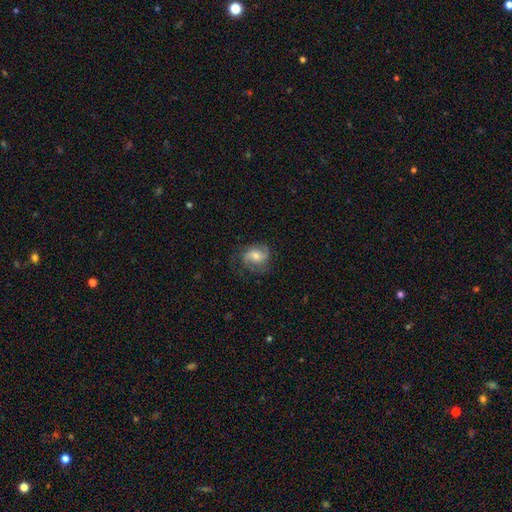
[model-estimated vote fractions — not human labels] smooth-or-featured: featured or disk: 58% | smooth: 33% | star or artifact: 9%
  disk-edge-on: no: 97% | yes: 3%
    bar: no: 50% | weak: 38% | strong: 12%
    has-spiral-arms: yes: 87% | no: 13%
    bulge-size: moderate: 59% | small: 33% | large: 5% | none: 2% | dominant: 1%
  merging: none: 67% | minor disturbance: 21% | major disturbance: 11% | merger: 1%